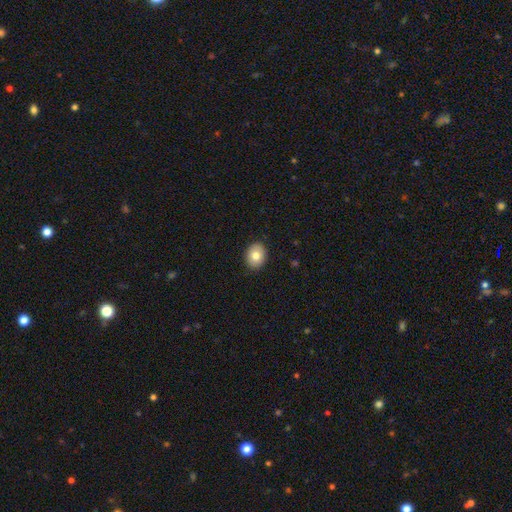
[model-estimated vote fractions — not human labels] This is clearly a smooth galaxy (80%). How rounded: possibly in between (53%). Merging: clearly none (90%).